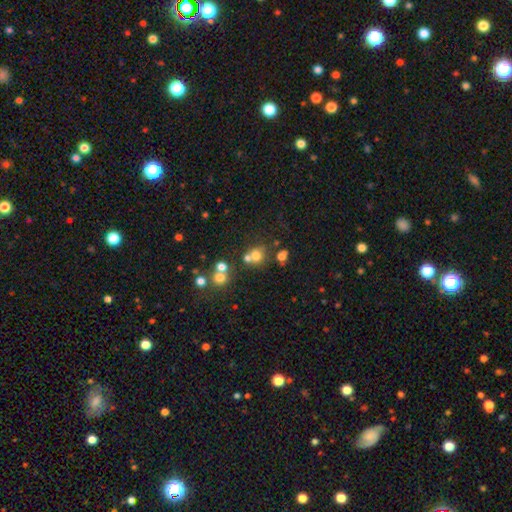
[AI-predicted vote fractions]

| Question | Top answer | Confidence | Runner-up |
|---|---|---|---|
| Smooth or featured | smooth | 66% | star or artifact (20%) |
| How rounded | round | 81% | in between (18%) |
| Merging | none | 52% | merger (33%) |